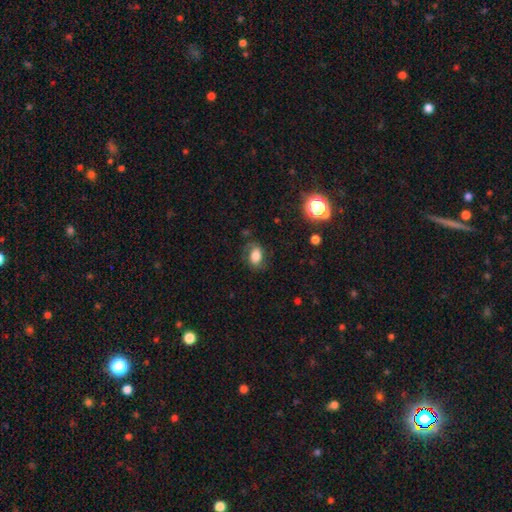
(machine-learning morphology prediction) type=smooth (65%); roundness=in between (78%); merging=none (66%).